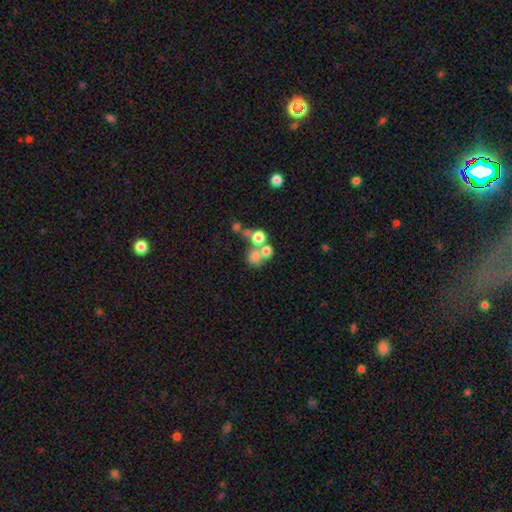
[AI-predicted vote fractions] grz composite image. It shows a smooth galaxy with no disk features (64%) that is round (80%). Merging: merger (53%).